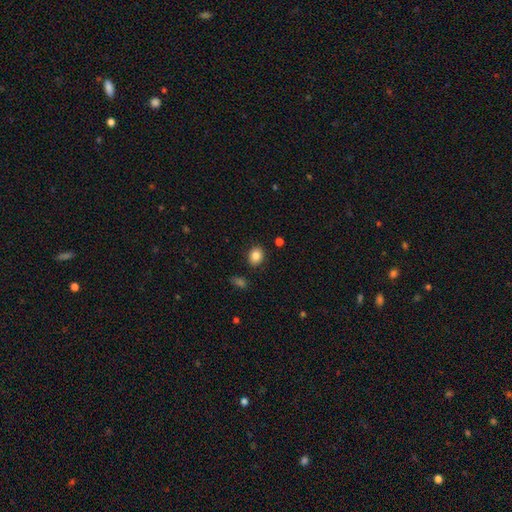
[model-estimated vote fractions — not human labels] smooth-or-featured: smooth: 84% | star or artifact: 9% | featured or disk: 6%
  how-rounded: round: 50% | in between: 49% | cigar-shaped: 1%
  merging: none: 86% | minor disturbance: 9% | major disturbance: 2% | merger: 2%